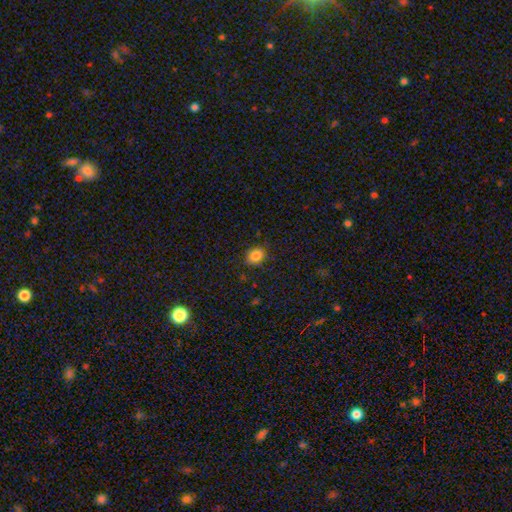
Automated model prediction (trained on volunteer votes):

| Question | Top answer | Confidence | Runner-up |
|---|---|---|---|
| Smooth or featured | smooth | 84% | star or artifact (11%) |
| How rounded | round | 51% | in between (48%) |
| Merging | none | 83% | minor disturbance (13%) |